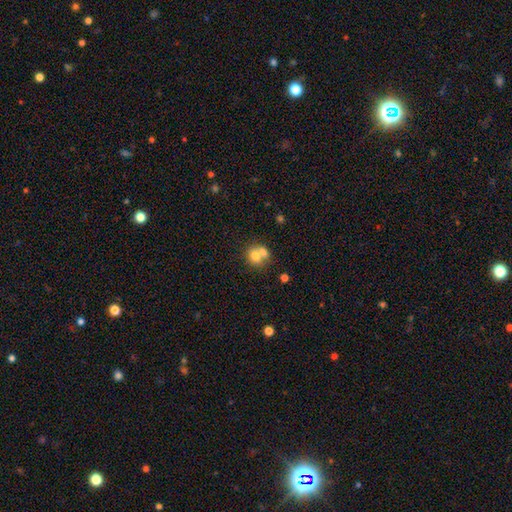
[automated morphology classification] This appears to be a smooth galaxy with no disk features (73%) that is round (66%). Merging: merger (58%).